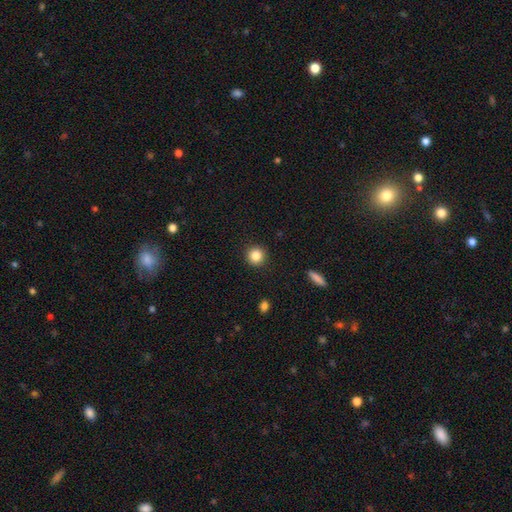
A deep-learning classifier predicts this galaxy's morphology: Smooth or featured? Predicted: smooth (p=0.85). How rounded? Predicted: round (p=0.94). Merging? Predicted: none (p=0.92).